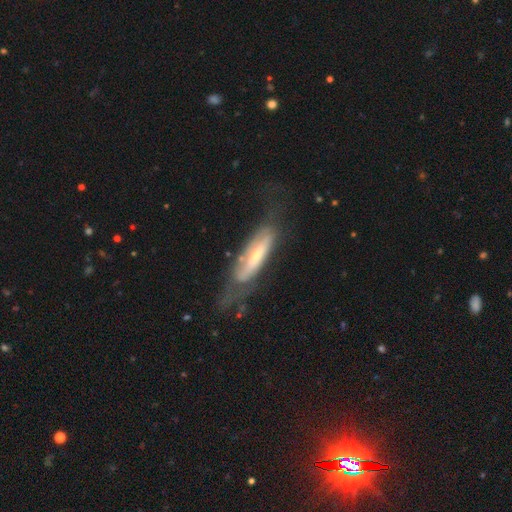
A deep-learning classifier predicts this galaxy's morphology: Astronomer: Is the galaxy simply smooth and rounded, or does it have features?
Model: featured or disk — 61%.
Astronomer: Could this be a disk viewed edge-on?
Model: no — 58% (runner-up: yes, 42%).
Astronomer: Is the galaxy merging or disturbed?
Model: none — 43% (runner-up: minor disturbance, 27%).